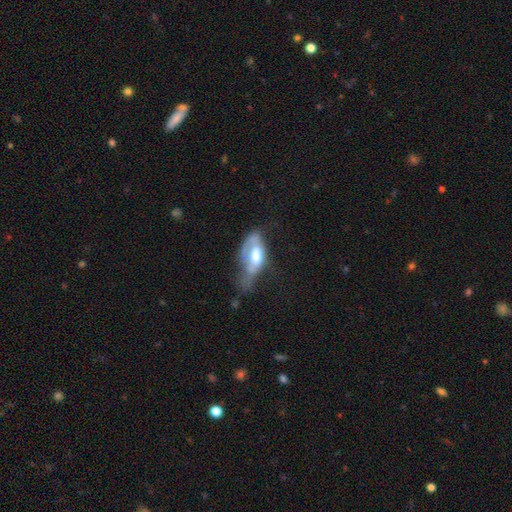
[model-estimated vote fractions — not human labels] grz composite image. It shows a featured or disk galaxy (49%). Merging: major disturbance (48%).